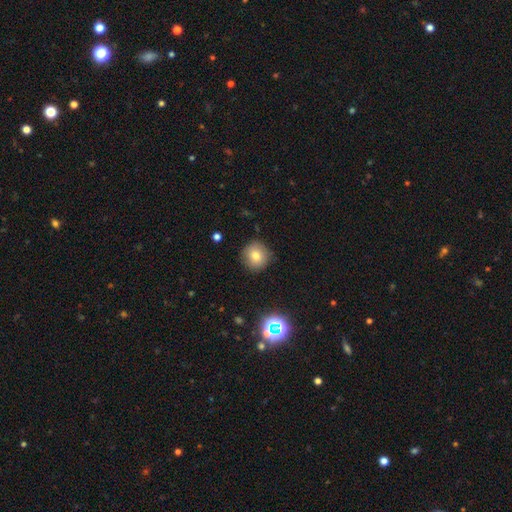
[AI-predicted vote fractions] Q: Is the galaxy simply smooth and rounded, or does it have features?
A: smooth — 75%.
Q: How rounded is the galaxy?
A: round — 92%.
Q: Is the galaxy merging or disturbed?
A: none — 87%.